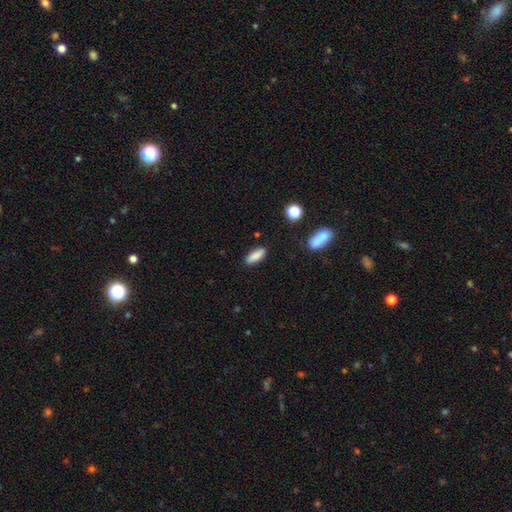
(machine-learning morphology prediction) Overall: smooth (86%). How rounded: in between (55%; cigar-shaped 42%). Merging: none (86%).